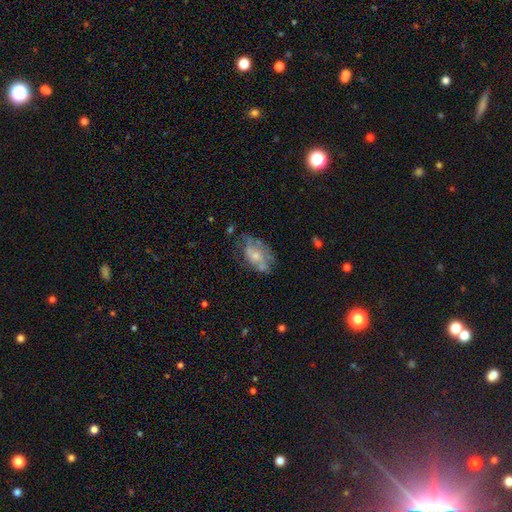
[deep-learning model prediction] Morphology: type=featured or disk (59%); edge-on=no (95%); bar=no (80%); spiral arms=yes (51%); bulge=small (47%); merging=none (50%).